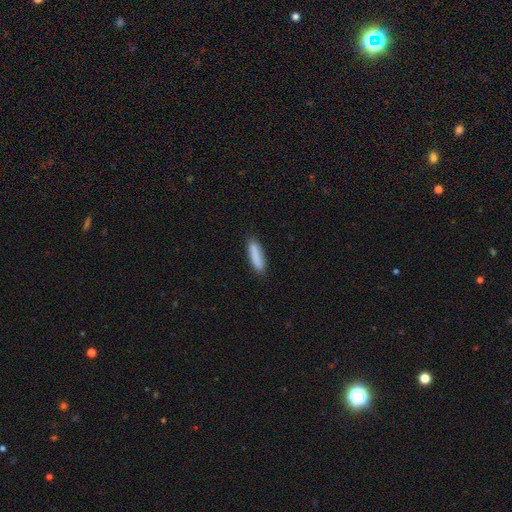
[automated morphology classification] A smooth galaxy with no disk features (86%) that is cigar-shaped (65%).

Vote fractions:
- Smooth or featured? smooth: 86% / featured or disk: 7% / star or artifact: 6%
- How rounded? cigar-shaped: 65% / in between: 33% / round: 2%
- Merging? none: 84% / minor disturbance: 12% / major disturbance: 2% / merger: 2%